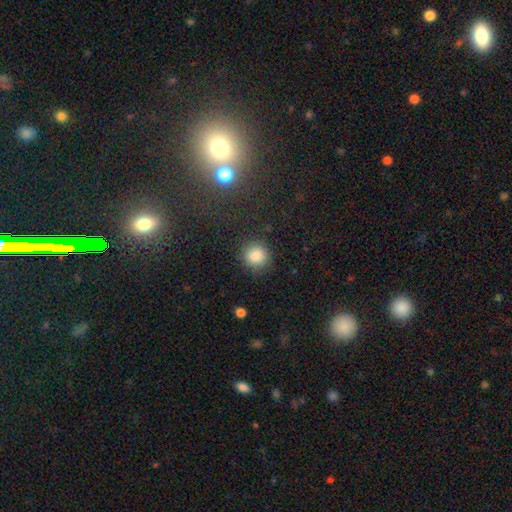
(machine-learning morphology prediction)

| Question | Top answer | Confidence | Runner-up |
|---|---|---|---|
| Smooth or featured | smooth | 86% | star or artifact (10%) |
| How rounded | round | 88% | in between (11%) |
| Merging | none | 84% | minor disturbance (11%) |